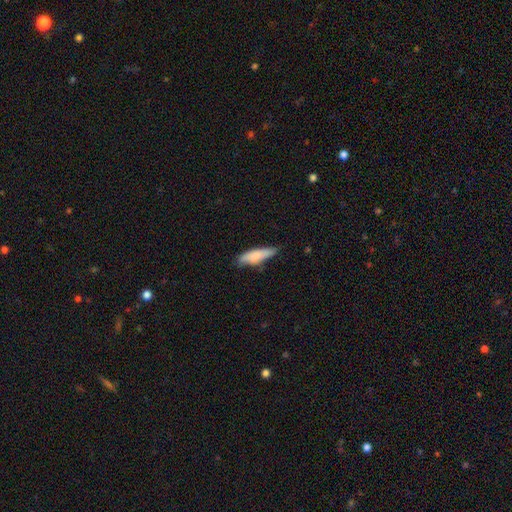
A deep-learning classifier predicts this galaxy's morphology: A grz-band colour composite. It shows a smooth galaxy with no disk features (80%) that is cigar-shaped (60%). Merging: none (68%).